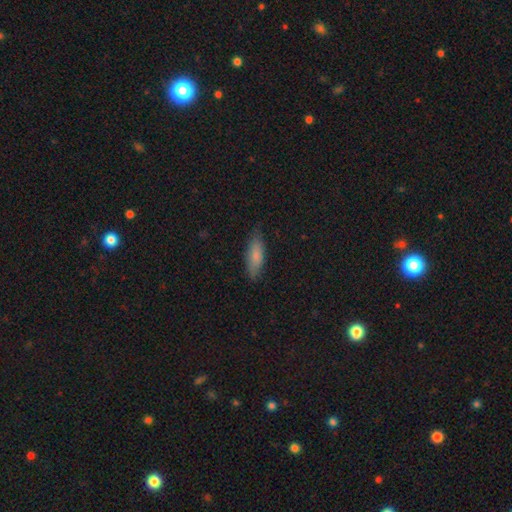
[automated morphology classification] The model was most divided on "how rounded": in between: 56%, cigar-shaped: 42%, round: 2%. More confident: merging — none (82%); smooth or featured — smooth (81%).